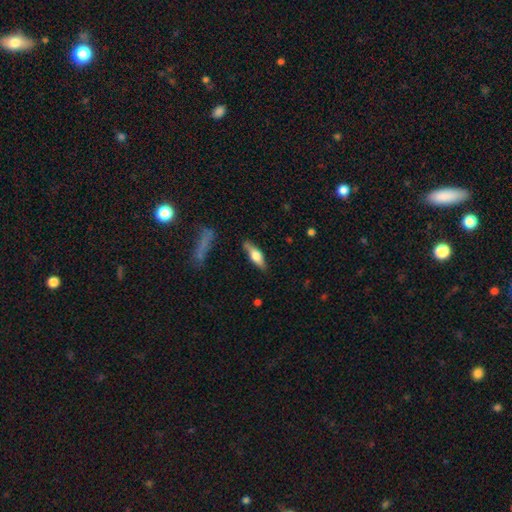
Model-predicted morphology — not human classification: A smooth galaxy with no disk features (51%) that is in between round and cigar-shaped (52%).

Vote fractions:
- Smooth or featured? smooth: 51% / featured or disk: 43% / star or artifact: 6%
- How rounded? in between: 52% / cigar-shaped: 45% / round: 3%
- Merging? none: 79% / minor disturbance: 14% / major disturbance: 4% / merger: 3%